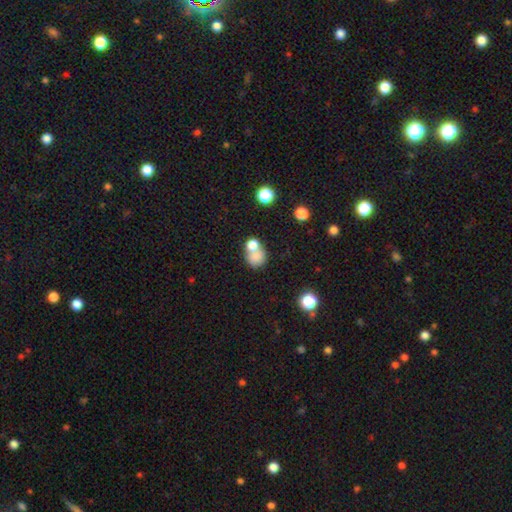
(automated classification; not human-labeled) Smooth or featured? smooth (77%)
How rounded? round (71%)
Merging? merger (45%)